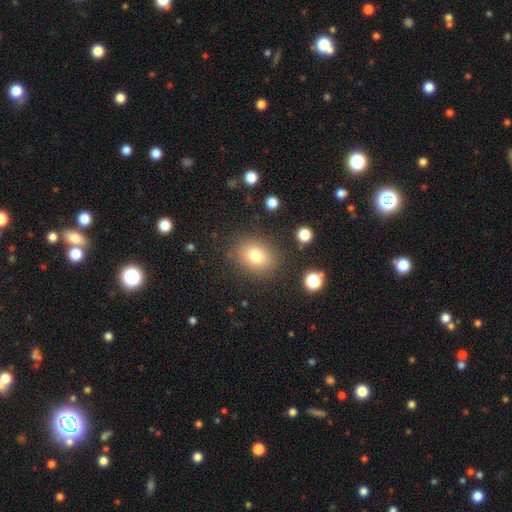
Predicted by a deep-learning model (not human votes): Smooth or featured: smooth — 77% (star or artifact — 13%)
How rounded: round — 56% (in between — 43%)
Merging: none — 84% (minor disturbance — 10%)